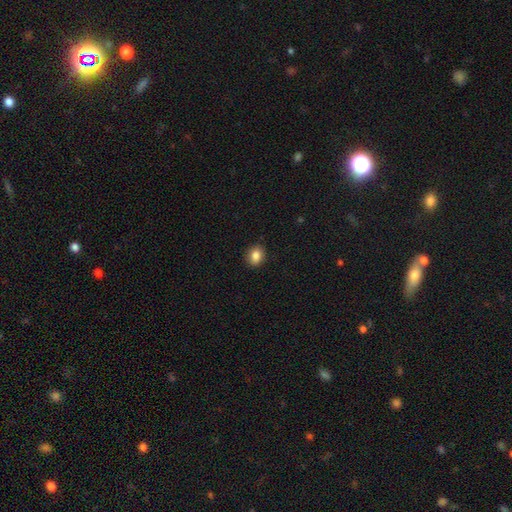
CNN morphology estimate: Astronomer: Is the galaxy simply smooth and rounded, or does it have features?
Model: smooth — 86%.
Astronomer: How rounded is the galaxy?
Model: in between — 50% (runner-up: round, 49%).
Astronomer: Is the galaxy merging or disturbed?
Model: none — 89%.